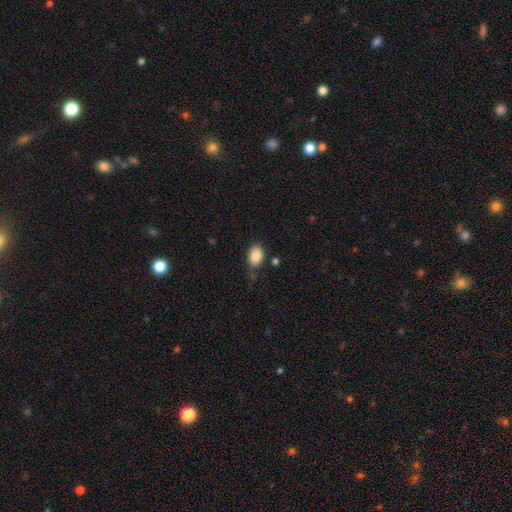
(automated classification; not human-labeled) smooth-or-featured: smooth: 87% | star or artifact: 8% | featured or disk: 5%
  how-rounded: in between: 82% | round: 17% | cigar-shaped: 1%
  merging: none: 75% | minor disturbance: 17% | major disturbance: 5% | merger: 3%